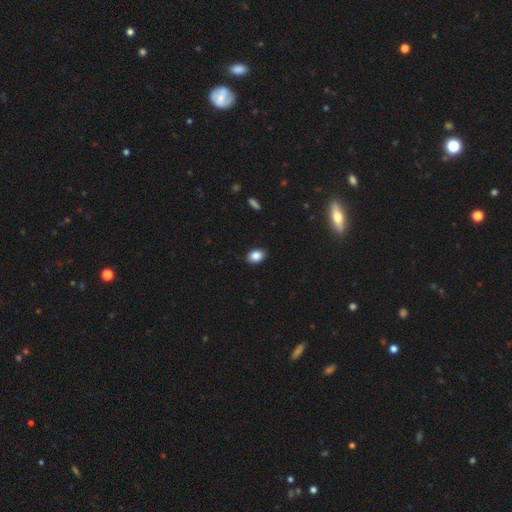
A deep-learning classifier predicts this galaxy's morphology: smooth_or_featured: smooth (p=0.87) [alt: star or artifact p=0.09]
how_rounded: in between (p=0.77) [alt: round p=0.22]
merging: none (p=0.88) [alt: minor disturbance p=0.09]